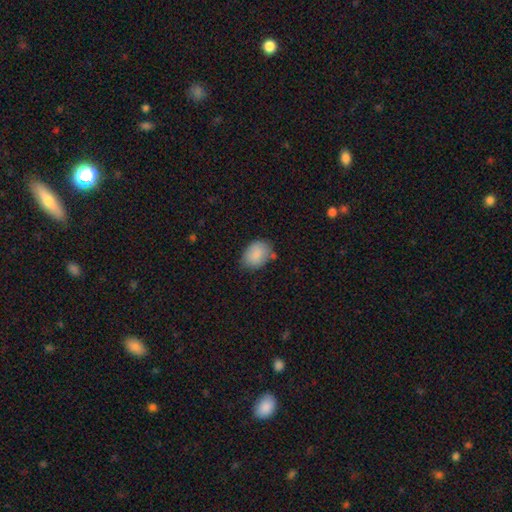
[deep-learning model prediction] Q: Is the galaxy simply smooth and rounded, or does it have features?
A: smooth — 86%.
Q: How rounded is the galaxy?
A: in between — 71%.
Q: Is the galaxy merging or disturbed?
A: none — 66%.